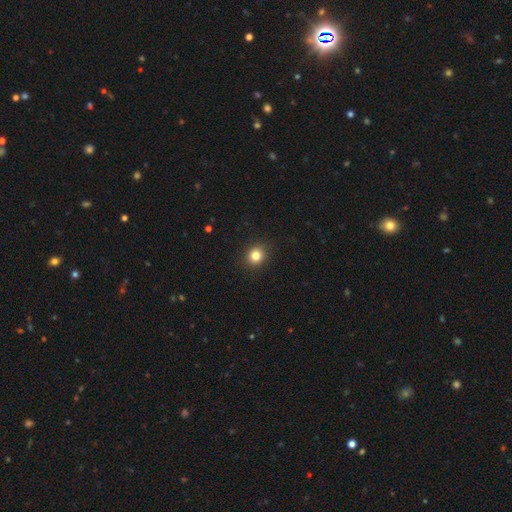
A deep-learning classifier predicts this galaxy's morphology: Smooth or featured: smooth — 82% (star or artifact — 12%)
How rounded: round — 80% (in between — 19%)
Merging: none — 91% (minor disturbance — 6%)